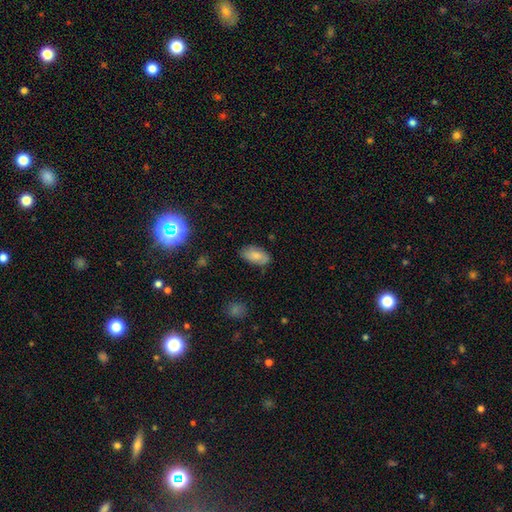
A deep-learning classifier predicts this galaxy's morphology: This appears to be a smooth galaxy with no disk features (77%) that is in between round and cigar-shaped (94%). Merging: none (77%).